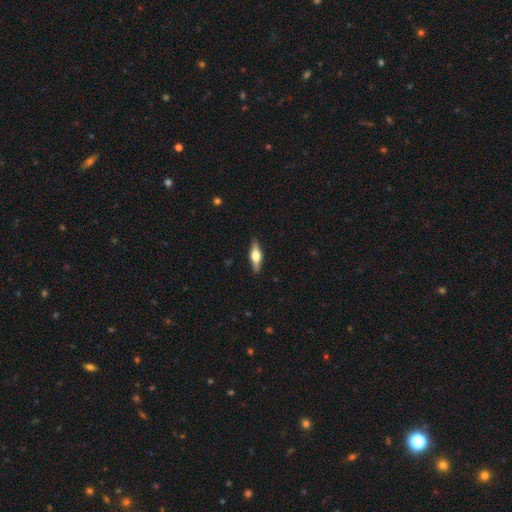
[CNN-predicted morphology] type=featured or disk (53%); edge-on=yes (93%); merging=none (88%).